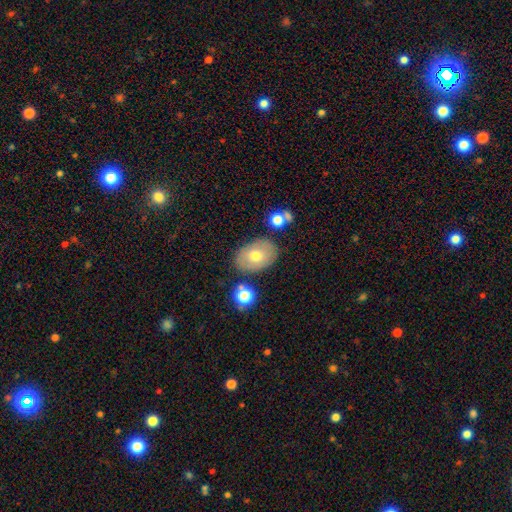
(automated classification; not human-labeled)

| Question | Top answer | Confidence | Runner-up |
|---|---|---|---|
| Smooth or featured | smooth | 67% | featured or disk (24%) |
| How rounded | in between | 82% | round (17%) |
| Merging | none | 79% | minor disturbance (13%) |